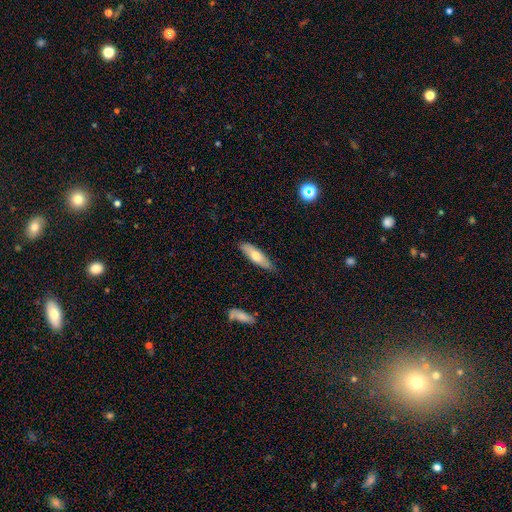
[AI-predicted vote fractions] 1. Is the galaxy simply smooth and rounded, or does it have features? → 66% smooth, 28% featured or disk, 6% star or artifact.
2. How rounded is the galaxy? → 50% cigar-shaped, 48% in between, 2% round.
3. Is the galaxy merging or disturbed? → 80% none, 16% minor disturbance, 2% major disturbance, 2% merger.